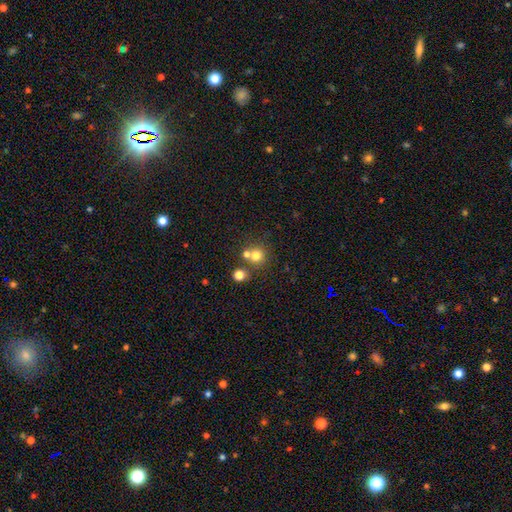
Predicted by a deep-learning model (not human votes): The model was most divided on "merging": none: 59%, merger: 32%, minor disturbance: 7%, major disturbance: 3%. More confident: how rounded — round (90%); smooth or featured — smooth (73%).